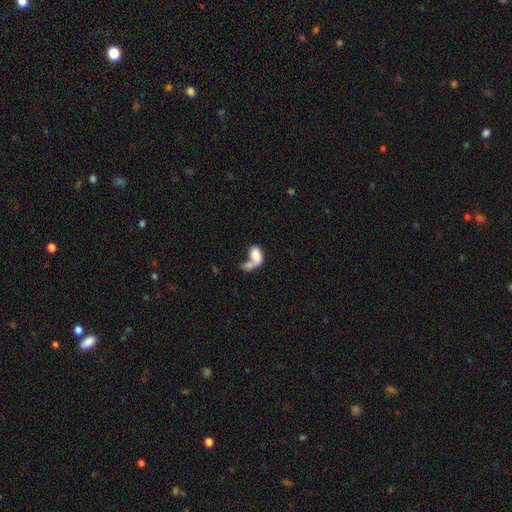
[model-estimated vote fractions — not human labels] Smooth or featured? smooth (77%)
How rounded? in between (90%)
Merging? merger (61%)